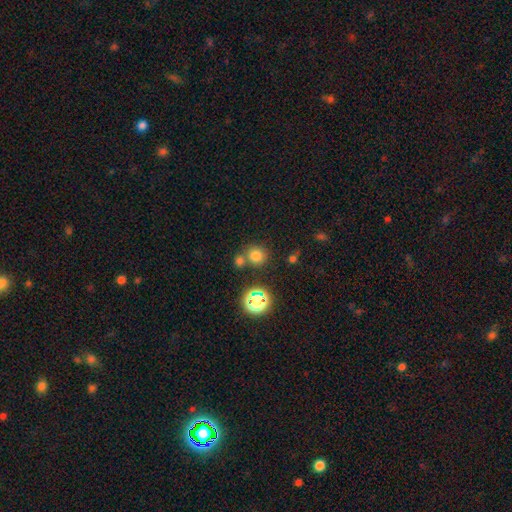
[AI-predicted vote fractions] Smooth or featured: smooth — 74% (star or artifact — 19%)
How rounded: round — 89% (in between — 10%)
Merging: none — 67% (merger — 22%)